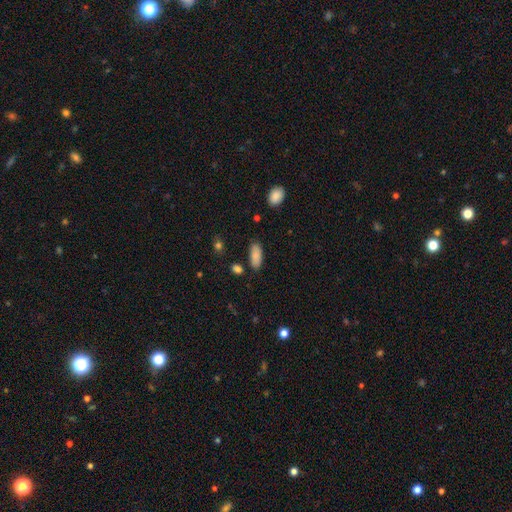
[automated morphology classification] Smooth or featured? Predicted: smooth (p=0.88). How rounded? Predicted: in between (p=0.86). Merging? Predicted: none (p=0.82).